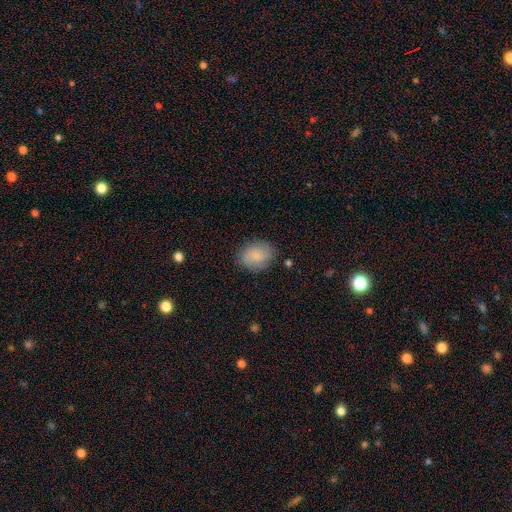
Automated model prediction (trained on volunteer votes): Morphology: type=smooth (78%); roundness=in between (61%); merging=none (78%).